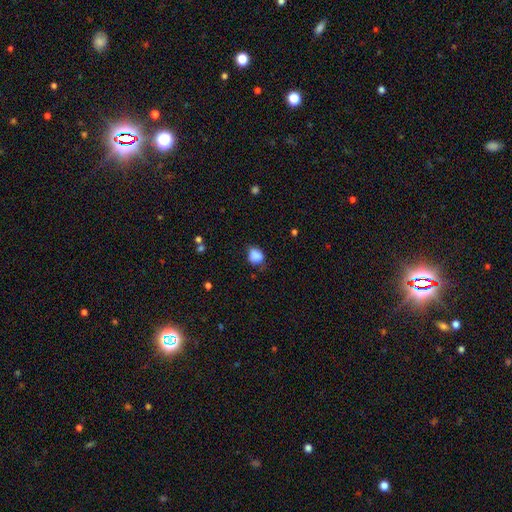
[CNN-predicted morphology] A smooth galaxy with no disk features (85%) that is round (58%). Merging: none (58%).